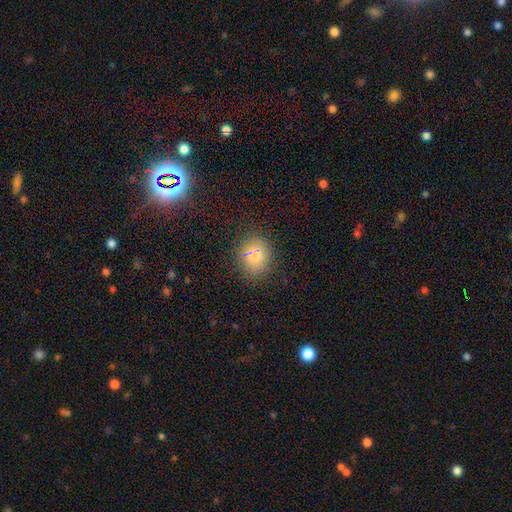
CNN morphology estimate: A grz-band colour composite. It shows a smooth galaxy with no disk features (74%) that is round (64%). Merging: none (83%).